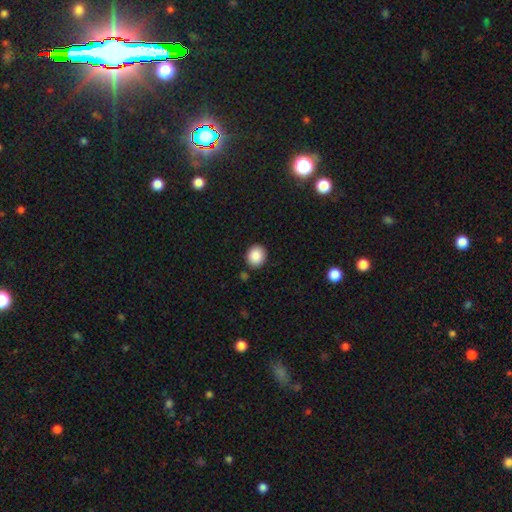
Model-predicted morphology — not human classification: Smooth or featured: smooth — 88% (star or artifact — 8%)
How rounded: round — 73% (in between — 26%)
Merging: none — 87% (minor disturbance — 8%)